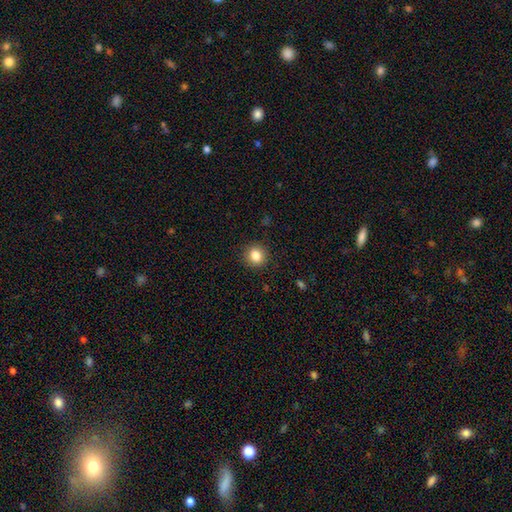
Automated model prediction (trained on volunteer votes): A smooth galaxy with no disk features (85%) that is round (85%). Merging: none (90%).